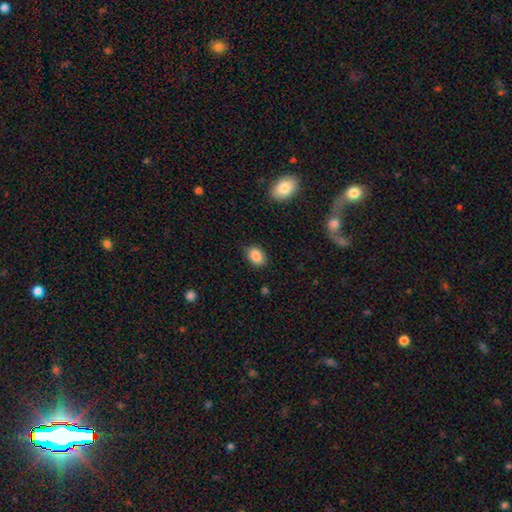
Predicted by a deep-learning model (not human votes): This is clearly a smooth galaxy (86%). How rounded: likely in between (77%). Merging: clearly none (82%).